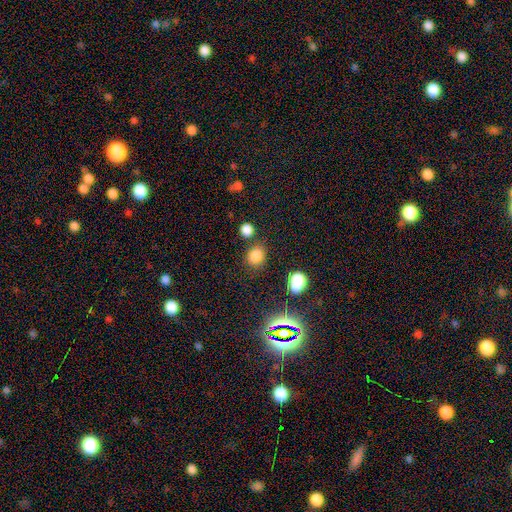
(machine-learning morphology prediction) The model was most divided on "how rounded": round: 68%, in between: 30%, cigar-shaped: 1%. More confident: smooth or featured — smooth (80%); merging — none (77%).